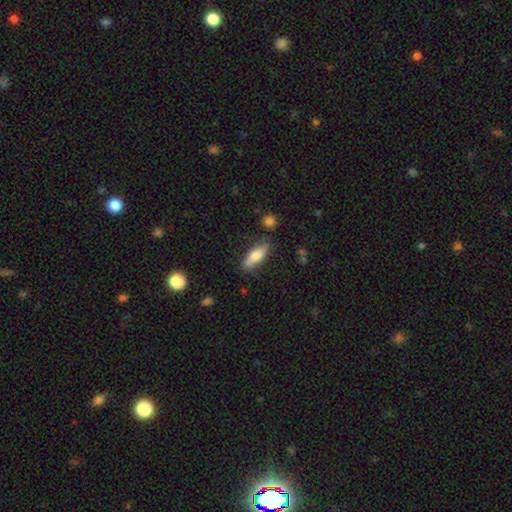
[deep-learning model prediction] Smooth or featured? smooth (74%)
How rounded? in between (63%)
Merging? none (78%)